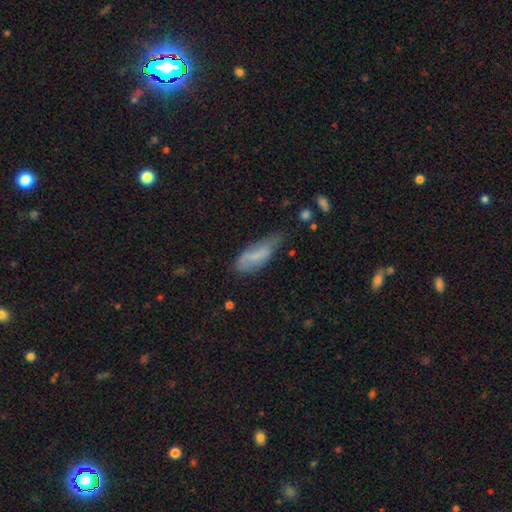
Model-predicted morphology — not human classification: smooth 70%, featured or disk 22%, star or artifact 8%. Down the decision tree: how rounded — in between (70%); merging — minor disturbance (42%).